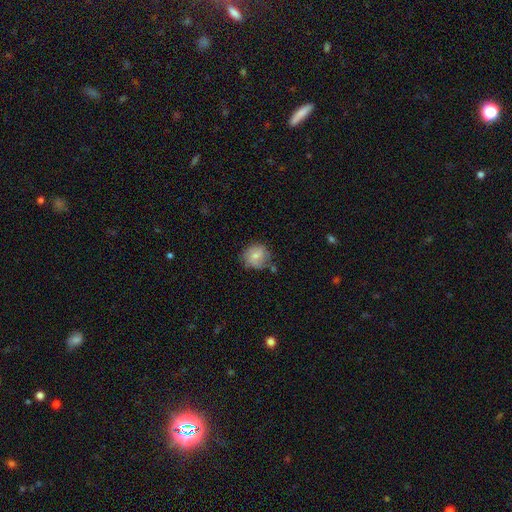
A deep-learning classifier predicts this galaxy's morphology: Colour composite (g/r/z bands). It shows a smooth galaxy with no disk features (70%) that is round (79%). Merging: none (62%).